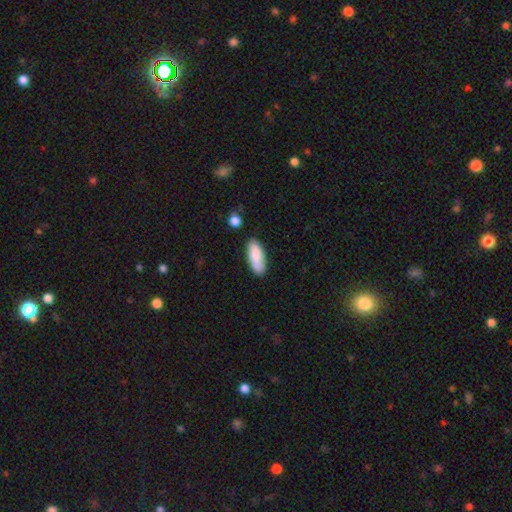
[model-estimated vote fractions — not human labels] smooth-or-featured: smooth: 85% | featured or disk: 9% | star or artifact: 6%
  how-rounded: in between: 78% | cigar-shaped: 20% | round: 2%
  merging: none: 78% | minor disturbance: 15% | merger: 4% | major disturbance: 3%